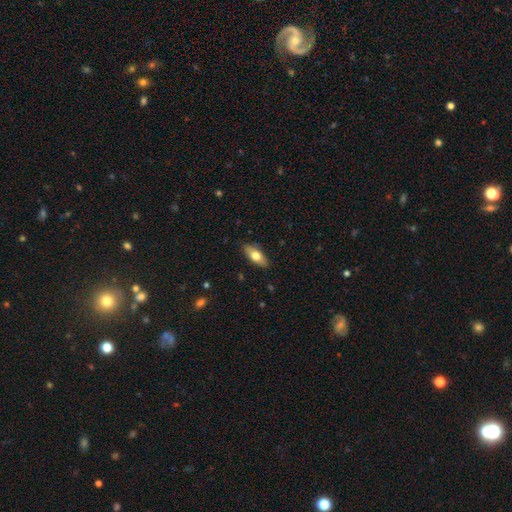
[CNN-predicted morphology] This appears to be a smooth galaxy with no disk features (68%) that is in between round and cigar-shaped (75%). Merging: none (86%).